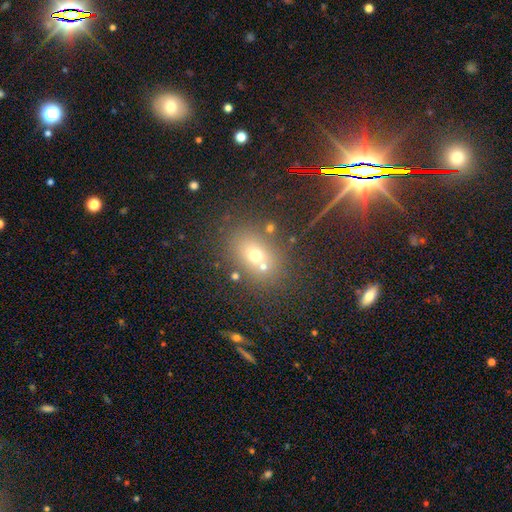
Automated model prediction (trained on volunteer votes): Morphology: type=smooth (57%); roundness=in between (54%); merging=none (62%).